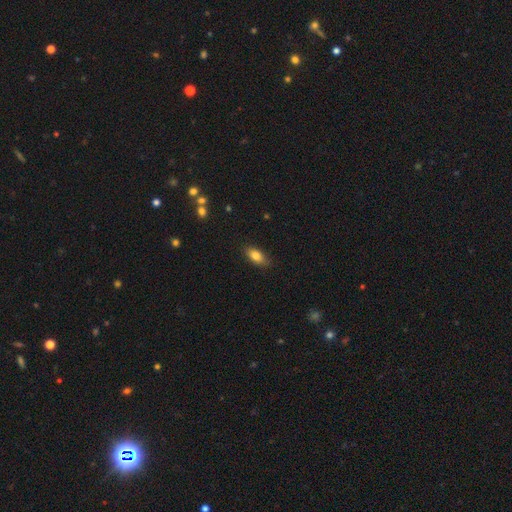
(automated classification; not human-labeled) This is clearly a smooth galaxy (81%). How rounded: clearly in between (87%). Merging: clearly none (82%).